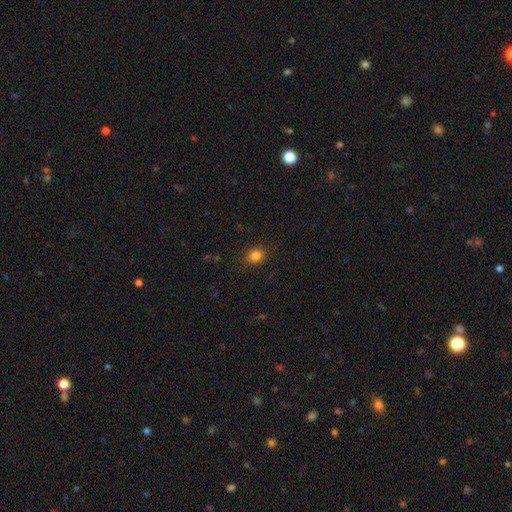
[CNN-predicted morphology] A smooth galaxy with no disk features (82%) that is round (63%). Merging: none (88%).